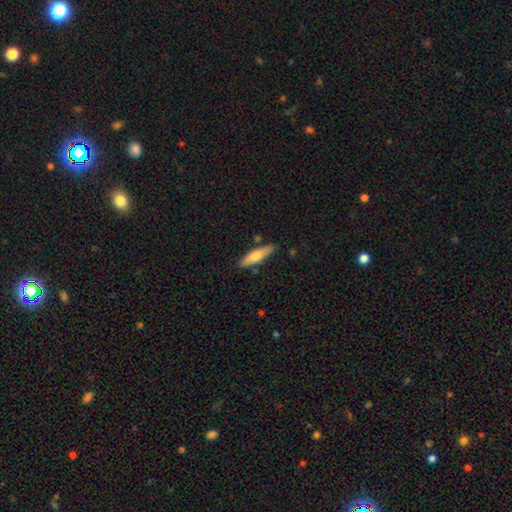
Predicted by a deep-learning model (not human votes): Smooth or featured?
  - smooth: 60% *
  - featured or disk: 34%
  - star or artifact: 5%
How rounded?
  - cigar-shaped: 73% *
  - in between: 25%
  - round: 2%
Merging?
  - none: 82% *
  - minor disturbance: 12%
  - merger: 4%
  - major disturbance: 2%